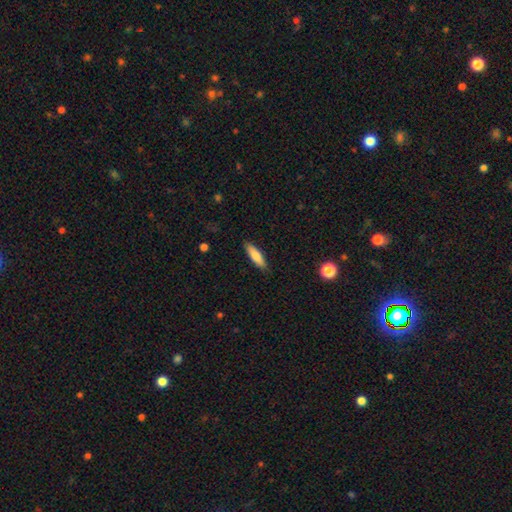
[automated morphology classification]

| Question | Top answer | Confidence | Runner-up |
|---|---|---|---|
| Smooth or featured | smooth | 78% | featured or disk (16%) |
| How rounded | cigar-shaped | 62% | in between (36%) |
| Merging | none | 88% | minor disturbance (9%) |